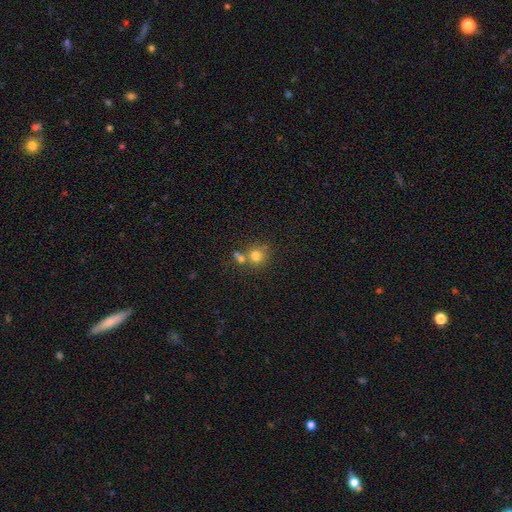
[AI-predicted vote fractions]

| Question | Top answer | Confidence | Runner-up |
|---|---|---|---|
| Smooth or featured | smooth | 76% | star or artifact (14%) |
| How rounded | round | 87% | in between (12%) |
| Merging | none | 58% | merger (29%) |